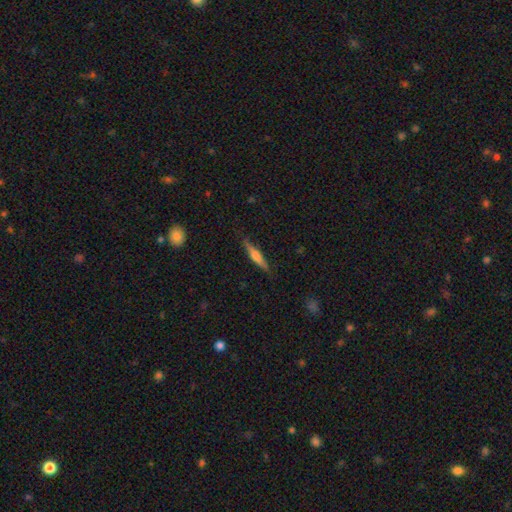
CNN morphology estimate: Overall: smooth (50%; featured or disk 44%). Merging: none (84%).